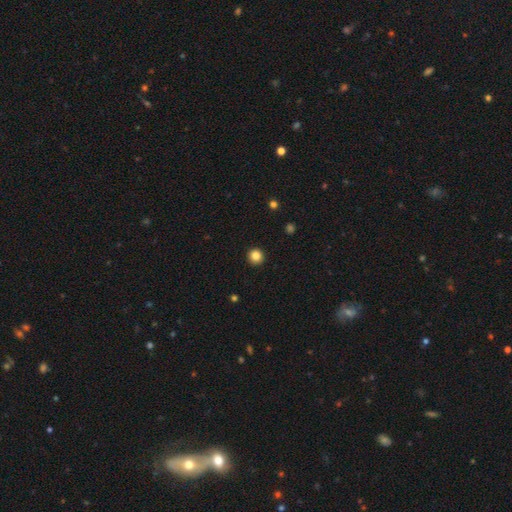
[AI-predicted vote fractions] This appears to be a smooth galaxy with no disk features (85%) that is round (95%). Merging: none (93%).